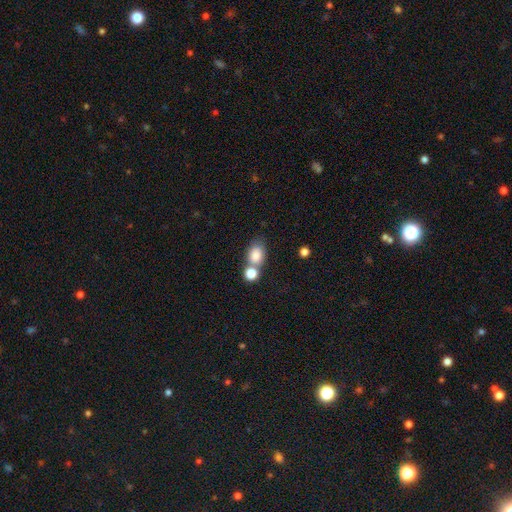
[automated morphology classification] Smooth or featured? smooth (82%)
How rounded? in between (69%)
Merging? none (46%)